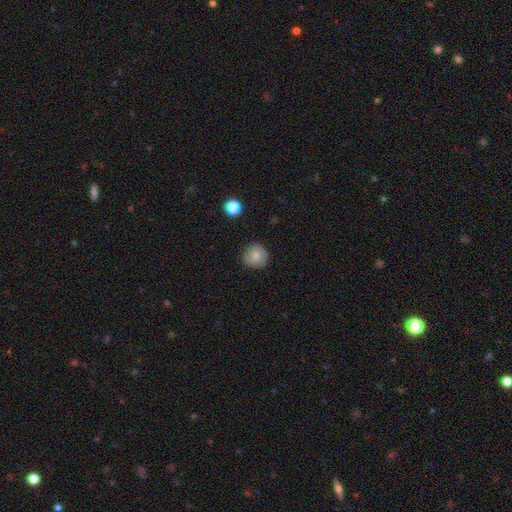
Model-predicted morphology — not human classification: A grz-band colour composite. It shows a smooth galaxy with no disk features (80%) that is round (93%). Merging: none (88%).